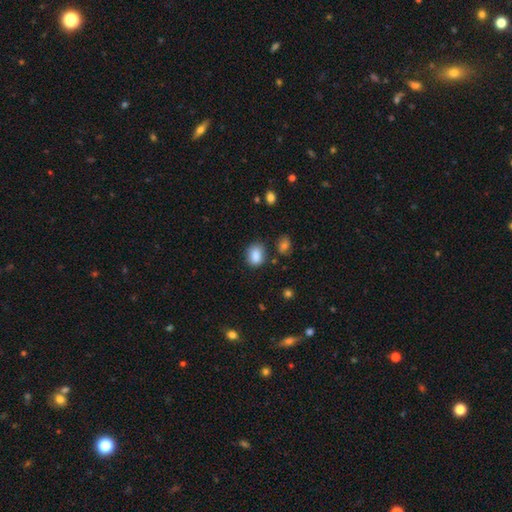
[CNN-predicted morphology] Smooth or featured?
  - smooth: 85% *
  - star or artifact: 9%
  - featured or disk: 5%
How rounded?
  - in between: 55% *
  - round: 44%
  - cigar-shaped: 1%
Merging?
  - none: 75% *
  - minor disturbance: 17%
  - merger: 5%
  - major disturbance: 4%